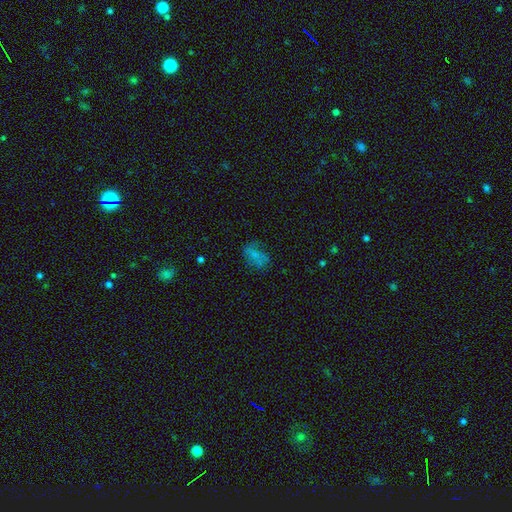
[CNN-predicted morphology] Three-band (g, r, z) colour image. It shows a smooth galaxy with no disk features (58%) that is in between round and cigar-shaped (80%). Merging: none (56%).